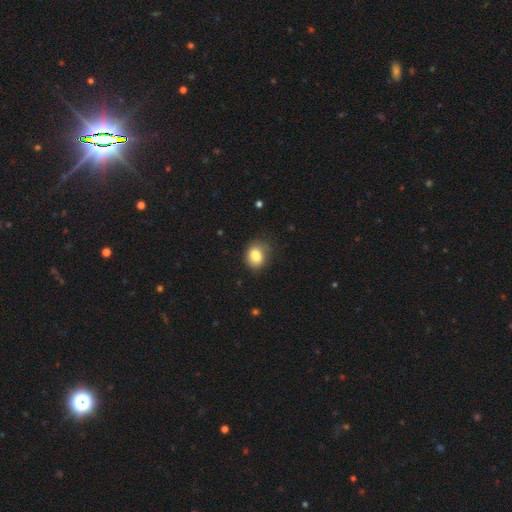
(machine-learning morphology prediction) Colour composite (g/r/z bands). It shows a smooth galaxy with no disk features (81%) that is in between round and cigar-shaped (51%). Merging: none (71%).